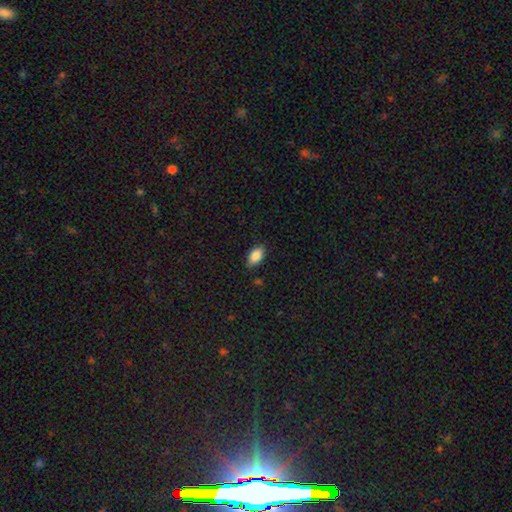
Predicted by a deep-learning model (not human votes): smooth-or-featured: smooth: 87% | star or artifact: 7% | featured or disk: 5%
  how-rounded: in between: 92% | round: 5% | cigar-shaped: 3%
  merging: none: 84% | minor disturbance: 12% | major disturbance: 2% | merger: 1%